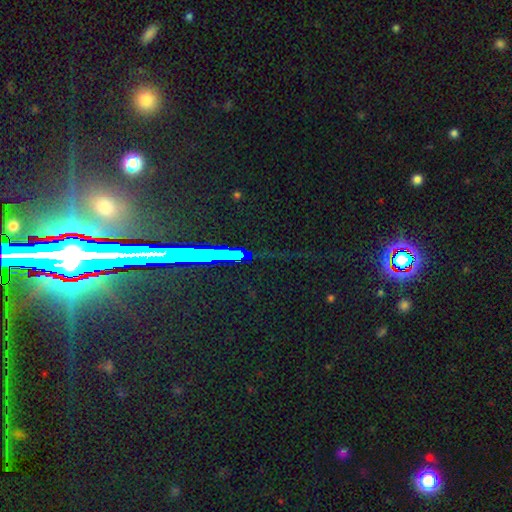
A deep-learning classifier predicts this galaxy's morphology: Smooth or featured: star or artifact — 74% (featured or disk — 15%)